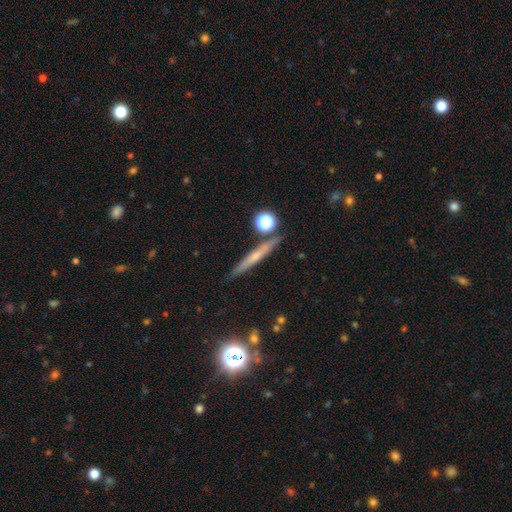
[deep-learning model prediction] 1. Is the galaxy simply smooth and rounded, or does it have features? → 51% featured or disk, 39% smooth, 11% star or artifact.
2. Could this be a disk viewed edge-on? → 95% yes, 5% no.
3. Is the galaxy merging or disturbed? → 86% none, 8% minor disturbance, 4% merger, 2% major disturbance.